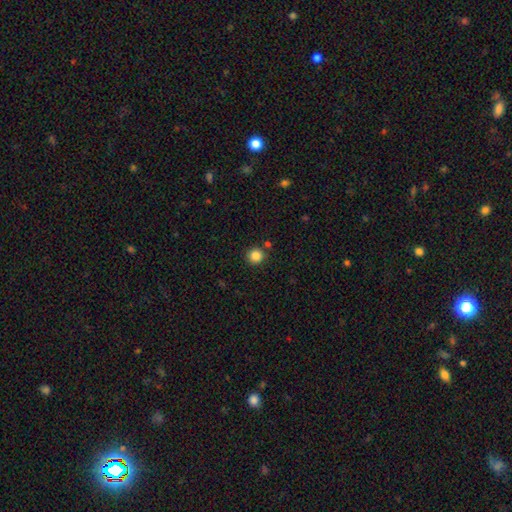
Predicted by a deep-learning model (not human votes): A smooth galaxy with no disk features (85%) that is round (93%).

Vote fractions:
- Smooth or featured? smooth: 85% / star or artifact: 11% / featured or disk: 4%
- How rounded? round: 93% / in between: 6% / cigar-shaped: 1%
- Merging? none: 85% / minor disturbance: 7% / merger: 5% / major disturbance: 2%